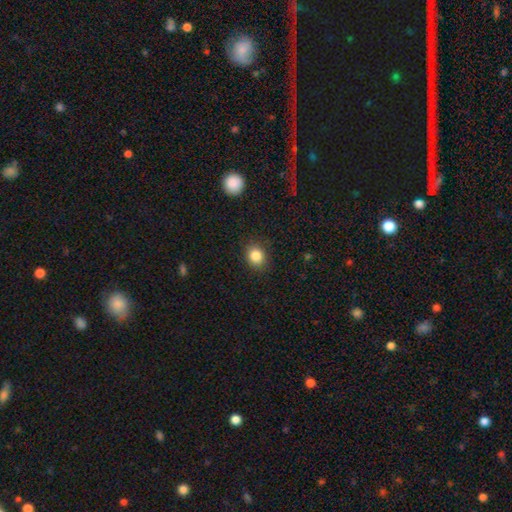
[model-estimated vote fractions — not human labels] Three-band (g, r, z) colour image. It shows a smooth galaxy with no disk features (85%) that is round (65%). Merging: none (87%).